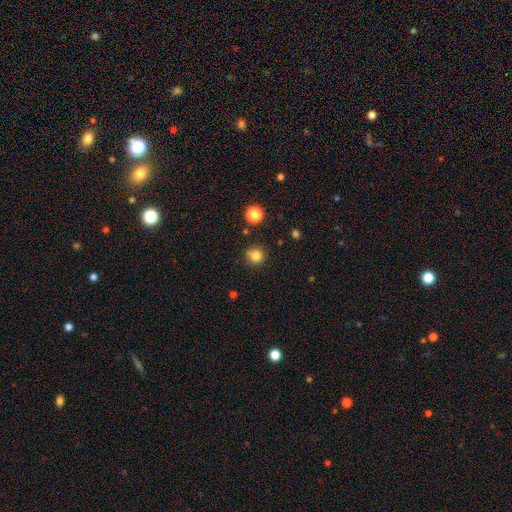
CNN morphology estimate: type=smooth (81%); roundness=round (91%); merging=none (79%).